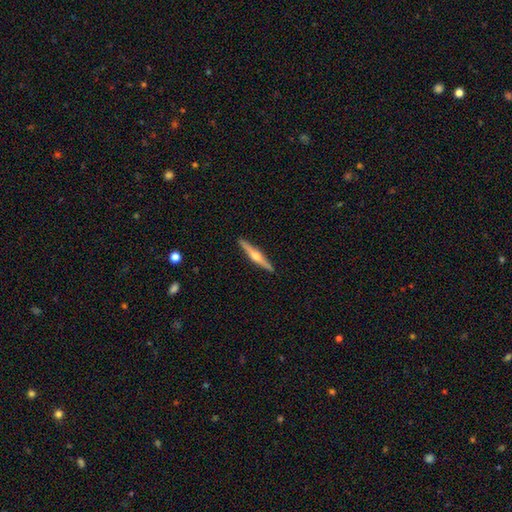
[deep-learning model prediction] Smooth or featured? featured or disk (75%)
Edge-on disk? yes (98%)
Edge-on bulge? rounded (94%)
Merging? none (92%)